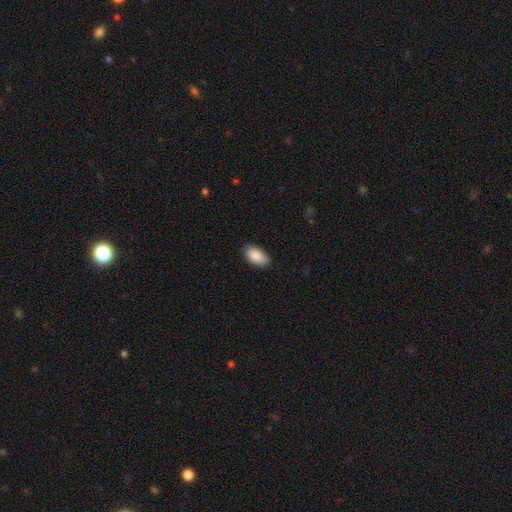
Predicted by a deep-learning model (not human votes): smooth_or_featured: smooth (p=0.88) [alt: star or artifact p=0.07]
how_rounded: in between (p=0.94) [alt: round p=0.04]
merging: none (p=0.82) [alt: minor disturbance p=0.15]